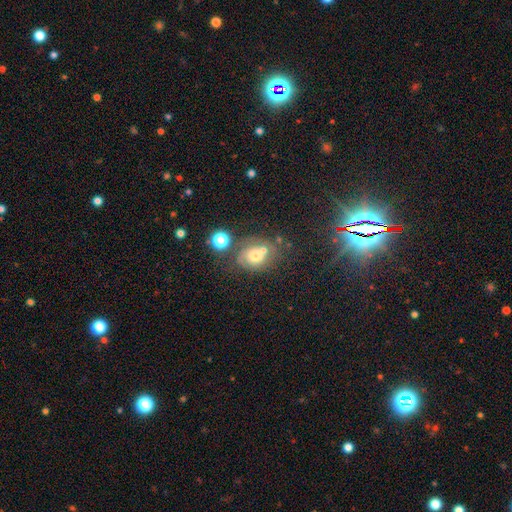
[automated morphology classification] This appears to be a smooth galaxy with no disk features (47%). Merging: none (39%).